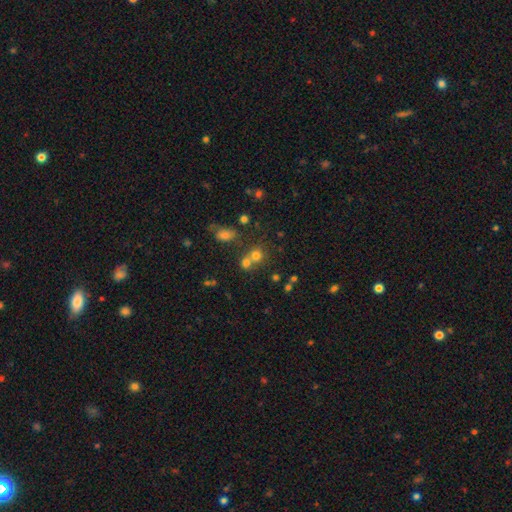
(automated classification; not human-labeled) Q: Smooth or featured?
A: smooth (70%); runner-up: star or artifact (19%)
Q: How rounded?
A: round (81%); runner-up: in between (18%)
Q: Merging?
A: none (47%); runner-up: merger (42%)